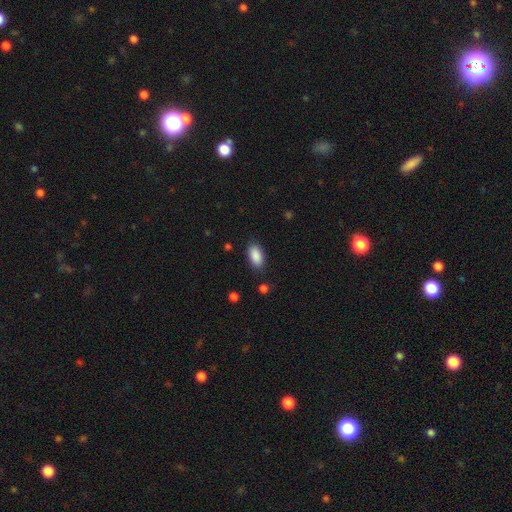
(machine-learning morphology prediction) Smooth or featured? Predicted: smooth (p=0.90). How rounded? Predicted: in between (p=0.93). Merging? Predicted: none (p=0.85).